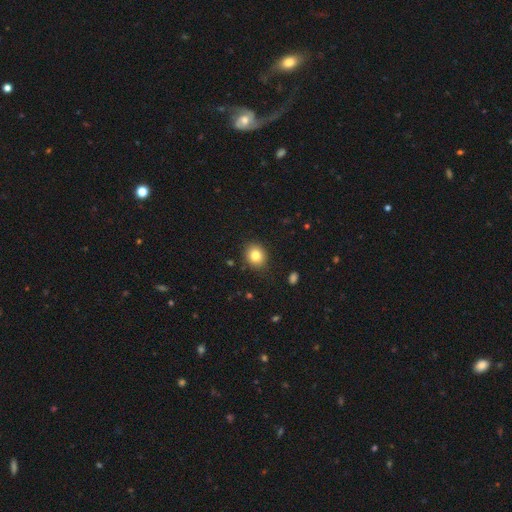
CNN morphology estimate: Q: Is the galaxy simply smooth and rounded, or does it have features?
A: smooth — 81%.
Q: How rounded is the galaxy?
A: round — 70%.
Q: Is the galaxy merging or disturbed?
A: none — 88%.